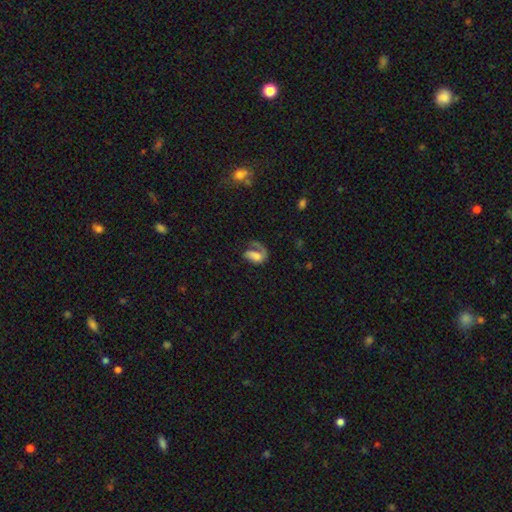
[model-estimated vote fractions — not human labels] smooth_or_featured: featured or disk (p=0.50) [alt: smooth p=0.39]
disk_edge_on: no (p=0.96) [alt: yes p=0.04]
merging: major disturbance (p=0.45) [alt: none p=0.31]